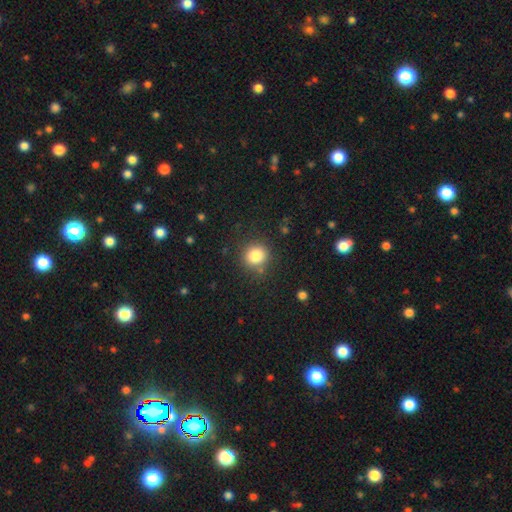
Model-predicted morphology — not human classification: Overall: smooth (83%). How rounded: round (90%). Merging: none (85%).